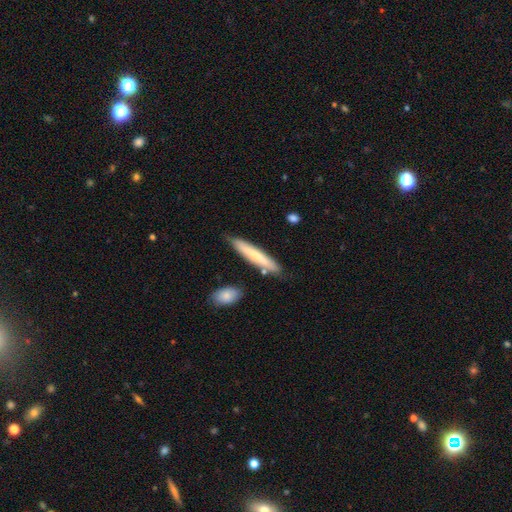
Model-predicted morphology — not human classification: A smooth galaxy with no disk features (61%) that is cigar-shaped (90%). Merging: none (80%).